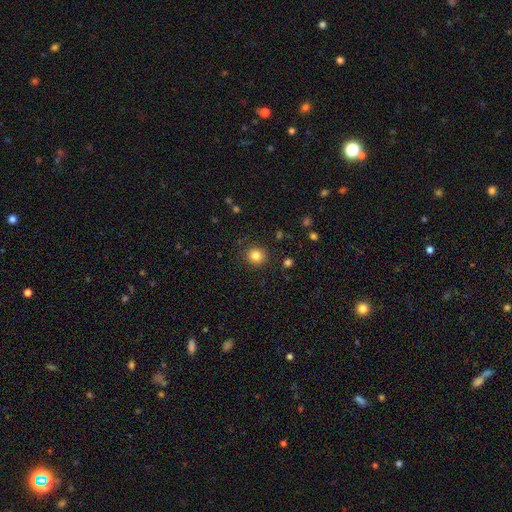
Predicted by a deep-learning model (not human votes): Q: Smooth or featured?
A: smooth (83%); runner-up: star or artifact (12%)
Q: How rounded?
A: round (87%); runner-up: in between (12%)
Q: Merging?
A: none (88%); runner-up: minor disturbance (8%)